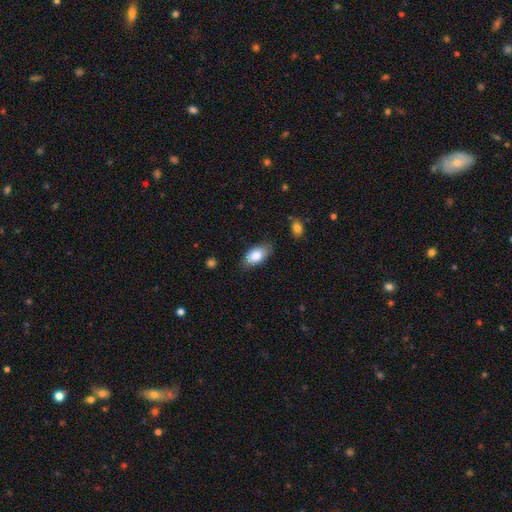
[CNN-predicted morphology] Smooth or featured? smooth (84%)
How rounded? in between (92%)
Merging? none (78%)